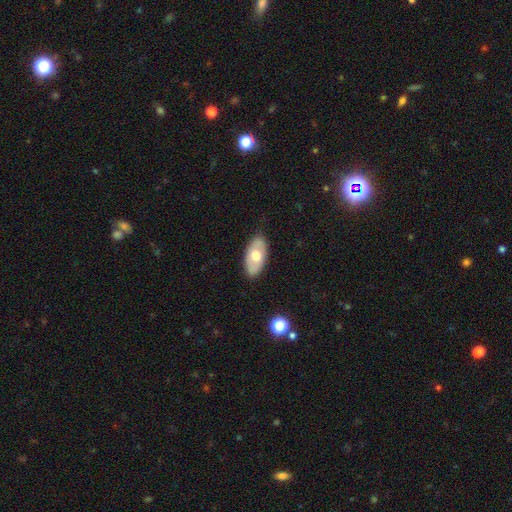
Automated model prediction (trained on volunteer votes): smooth-or-featured: smooth: 54% | featured or disk: 40% | star or artifact: 6%
  how-rounded: in between: 92% | round: 5% | cigar-shaped: 3%
  merging: none: 83% | minor disturbance: 13% | major disturbance: 3% | merger: 1%